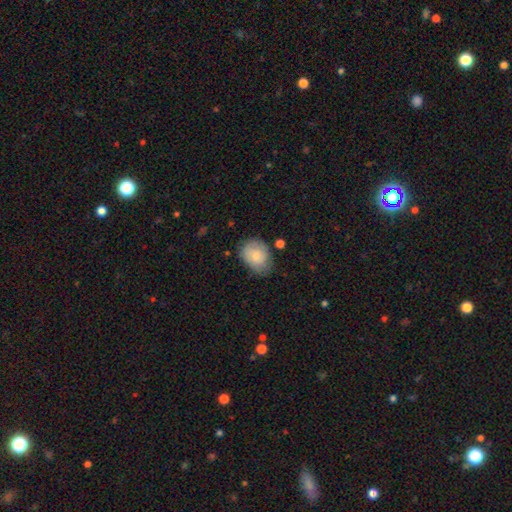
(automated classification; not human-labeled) Smooth or featured? Predicted: smooth (p=0.75). How rounded? Predicted: in between (p=0.60). Merging? Predicted: none (p=0.61).